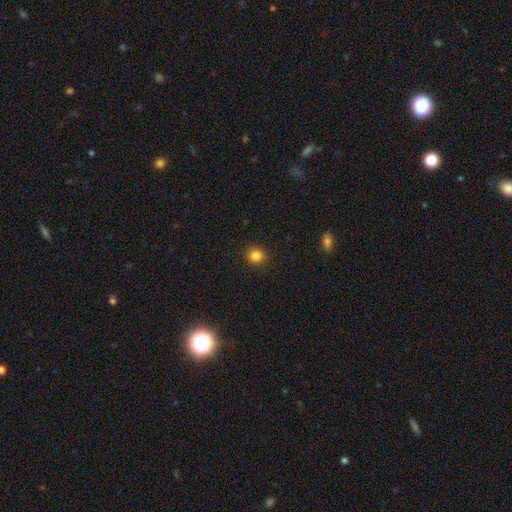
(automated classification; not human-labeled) smooth-or-featured: smooth: 84% | star or artifact: 12% | featured or disk: 4%
  how-rounded: round: 86% | in between: 13% | cigar-shaped: 1%
  merging: none: 91% | minor disturbance: 6% | major disturbance: 2% | merger: 1%